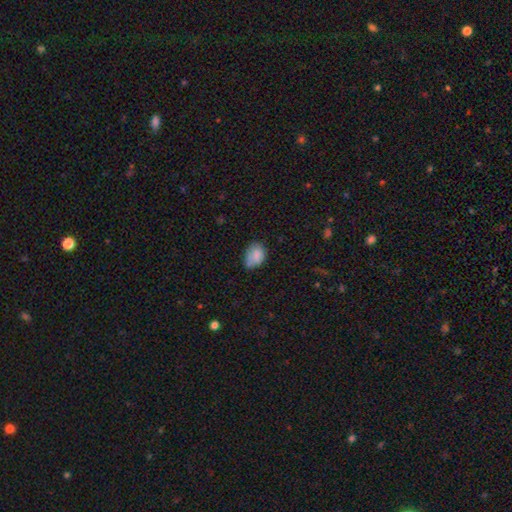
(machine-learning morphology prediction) Overall: smooth (81%). How rounded: in between (74%). Merging: none (48%; minor disturbance 37%).